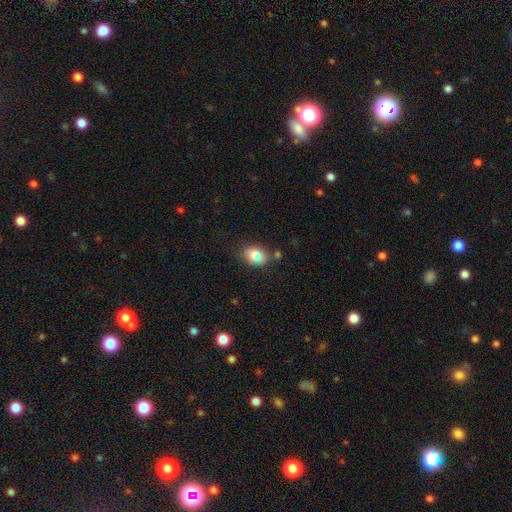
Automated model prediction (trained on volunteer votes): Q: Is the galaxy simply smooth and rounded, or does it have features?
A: smooth — 84%.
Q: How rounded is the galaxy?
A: in between — 76%.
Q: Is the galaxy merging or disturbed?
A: none — 72%.